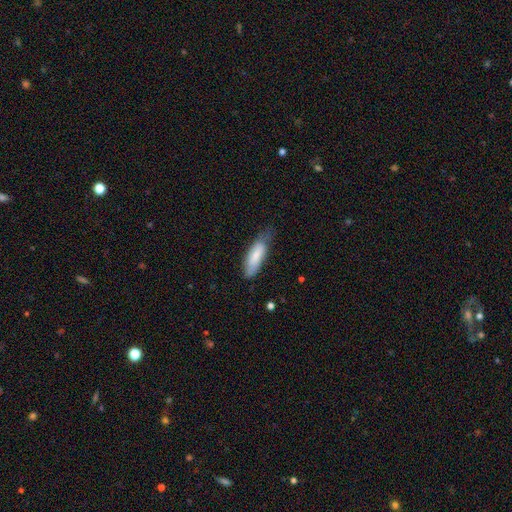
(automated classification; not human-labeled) smooth-or-featured: smooth: 78% | featured or disk: 17% | star or artifact: 6%
  how-rounded: in between: 59% | cigar-shaped: 40% | round: 1%
  merging: none: 53% | minor disturbance: 35% | major disturbance: 10% | merger: 2%